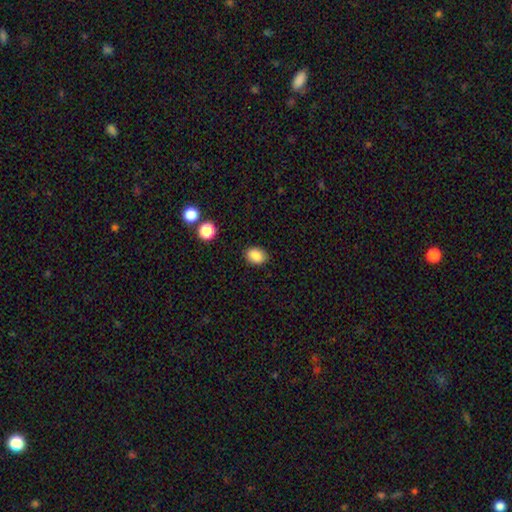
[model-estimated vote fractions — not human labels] Q: Smooth or featured?
A: smooth (87%); runner-up: star or artifact (9%)
Q: How rounded?
A: in between (70%); runner-up: round (29%)
Q: Merging?
A: none (88%); runner-up: minor disturbance (9%)